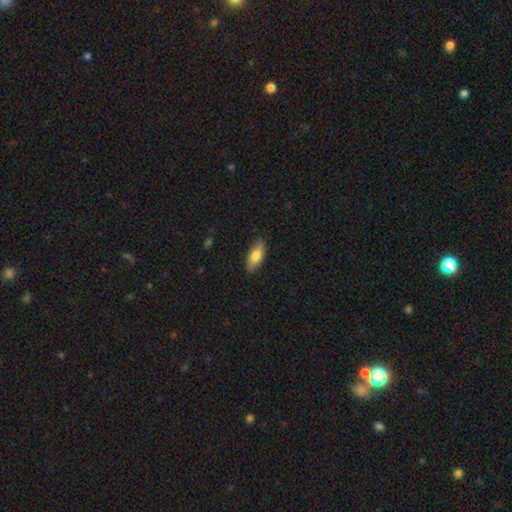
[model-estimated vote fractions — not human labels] Smooth or featured? Predicted: smooth (p=0.75). How rounded? Predicted: in between (p=0.70). Merging? Predicted: none (p=0.86).